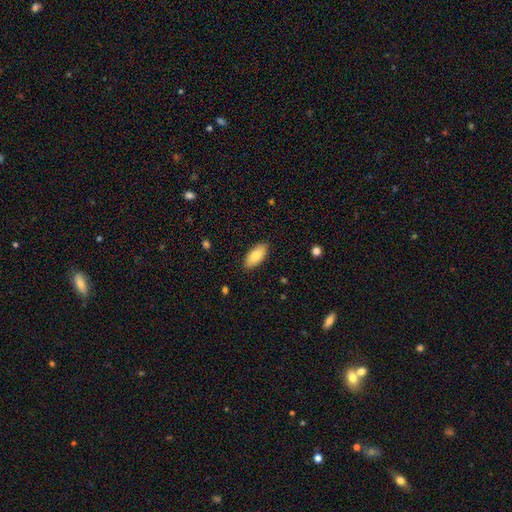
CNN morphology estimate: Smooth or featured?
  - smooth: 81% *
  - featured or disk: 12%
  - star or artifact: 6%
How rounded?
  - in between: 90% *
  - cigar-shaped: 8%
  - round: 2%
Merging?
  - none: 88% *
  - minor disturbance: 9%
  - major disturbance: 2%
  - merger: 1%